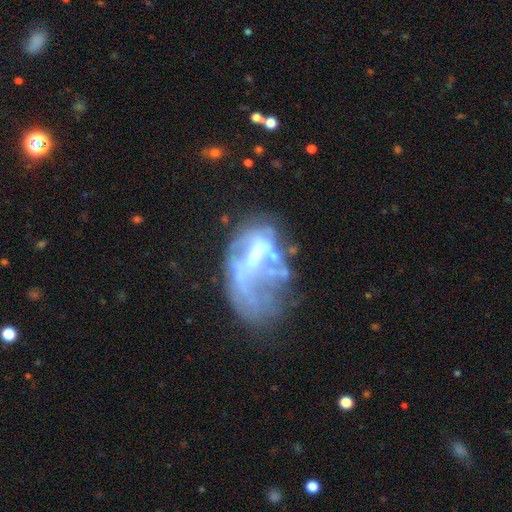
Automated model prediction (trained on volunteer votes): Smooth or featured? Predicted: featured or disk (p=0.70). Edge-on disk? Predicted: no (p=0.96). Bar? Predicted: no (p=0.48). Spiral arms? Predicted: no (p=0.67). Bulge size? Predicted: moderate (p=0.52). Merging? Predicted: major disturbance (p=0.45).